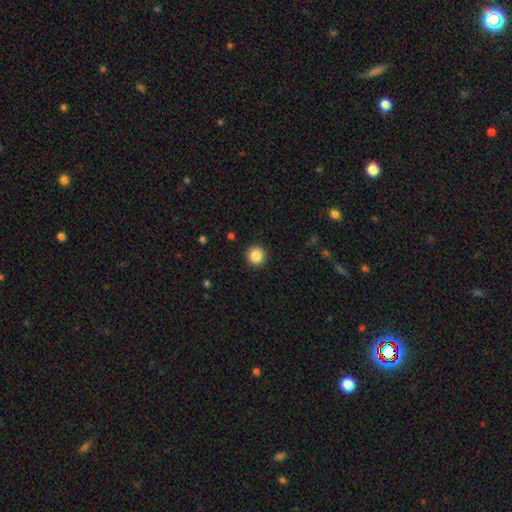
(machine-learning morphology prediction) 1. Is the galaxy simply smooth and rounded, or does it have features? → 87% smooth, 9% star or artifact, 4% featured or disk.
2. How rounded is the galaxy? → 96% round, 3% in between, 1% cigar-shaped.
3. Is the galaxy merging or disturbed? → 93% none, 5% minor disturbance, 2% major disturbance, 1% merger.